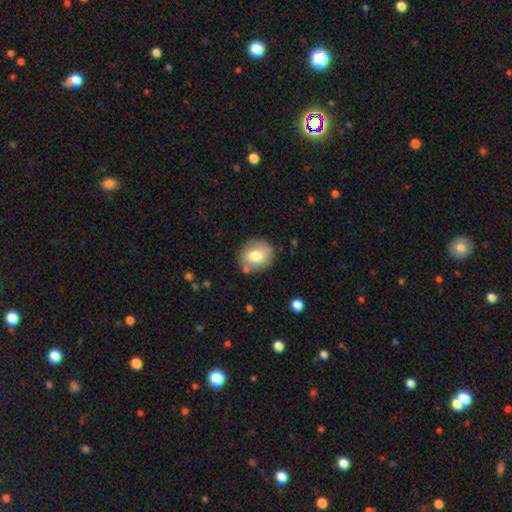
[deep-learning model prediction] A smooth galaxy with no disk features (74%) that is round (76%). Merging: none (81%).